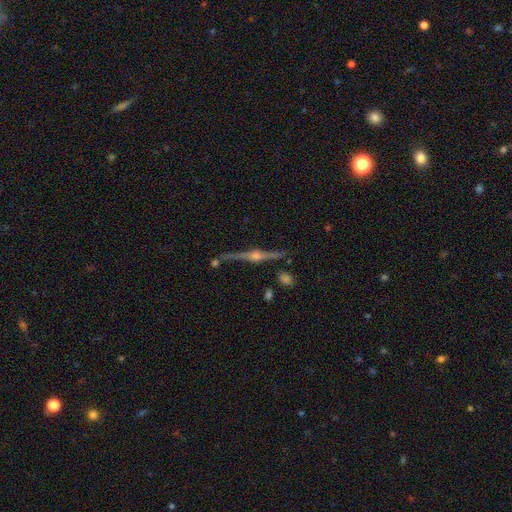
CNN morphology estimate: type=featured or disk (89%); edge-on=yes (98%); edge-on bulge=rounded (94%); merging=none (84%).